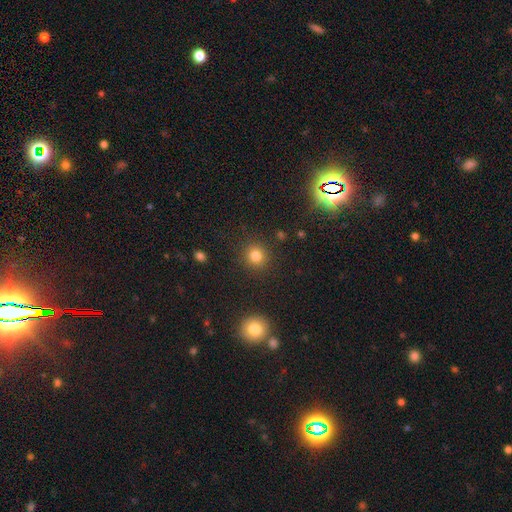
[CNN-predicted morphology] A smooth galaxy with no disk features (81%) that is round (89%). Merging: none (89%).